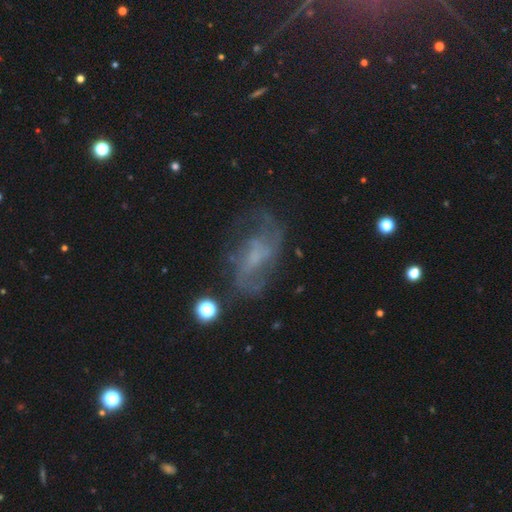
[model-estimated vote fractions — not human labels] Smooth or featured? featured or disk (70%)
Edge-on disk? no (95%)
Bar? no (47%)
Spiral arms? yes (82%)
Spiral winding? loose (44%)
Spiral arm count? 2 (52%)
Bulge size? small (42%)
Merging? none (59%)